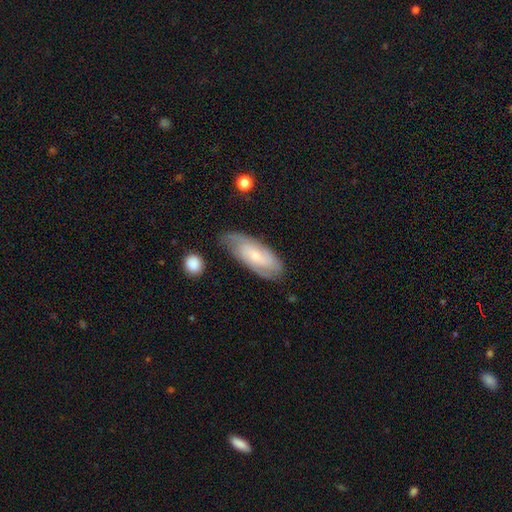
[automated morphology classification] smooth-or-featured: featured or disk: 57% | smooth: 36% | star or artifact: 6%
  disk-edge-on: no: 88% | yes: 12%
    bar: no: 59% | weak: 33% | strong: 8%
    has-spiral-arms: yes: 86% | no: 14%
    bulge-size: small: 65% | moderate: 28% | none: 4% | large: 2% | dominant: 1%
  merging: none: 69% | minor disturbance: 22% | major disturbance: 7% | merger: 2%